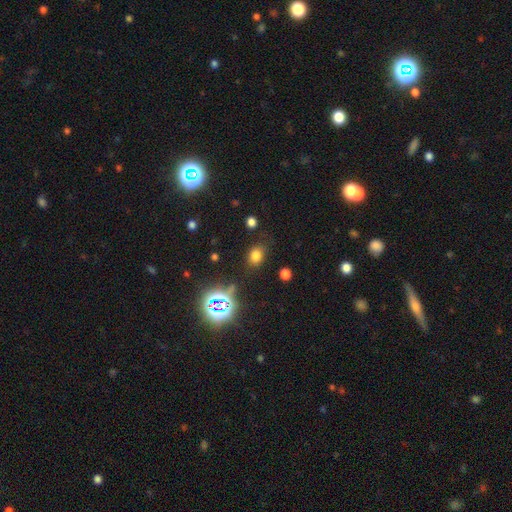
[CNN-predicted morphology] type=smooth (70%); roundness=in between (63%); merging=none (80%).